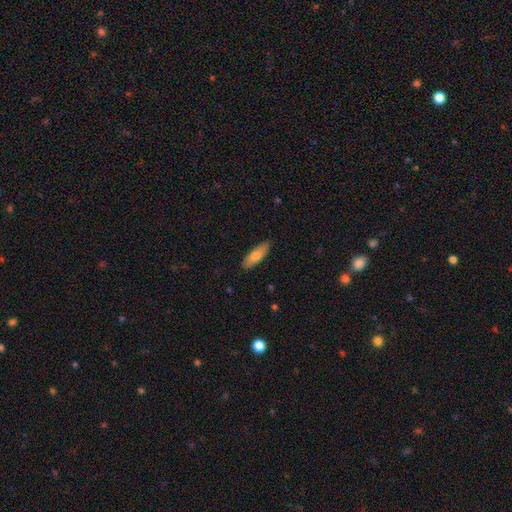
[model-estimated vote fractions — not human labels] Smooth or featured: smooth — 75% (featured or disk — 20%)
How rounded: in between — 55% (cigar-shaped — 43%)
Merging: none — 87% (minor disturbance — 10%)